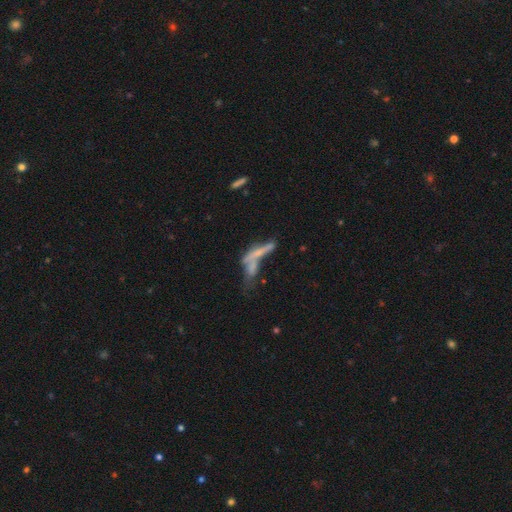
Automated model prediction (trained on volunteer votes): Overall: featured or disk (46%; smooth 39%). Merging: merger (47%; none 23%).